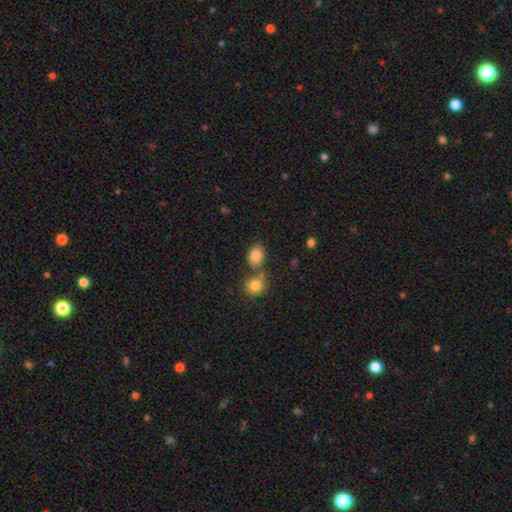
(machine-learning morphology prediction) smooth-or-featured: smooth: 85% | star or artifact: 10% | featured or disk: 5%
  how-rounded: in between: 66% | round: 33% | cigar-shaped: 1%
  merging: none: 62% | merger: 21% | minor disturbance: 13% | major disturbance: 4%